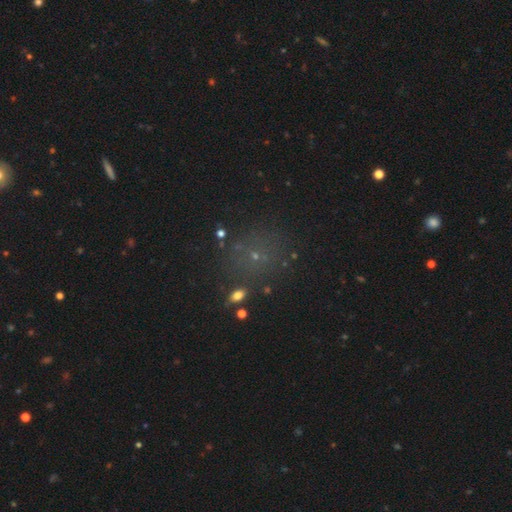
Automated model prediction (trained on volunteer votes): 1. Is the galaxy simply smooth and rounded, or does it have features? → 46% star or artifact, 44% smooth, 11% featured or disk.